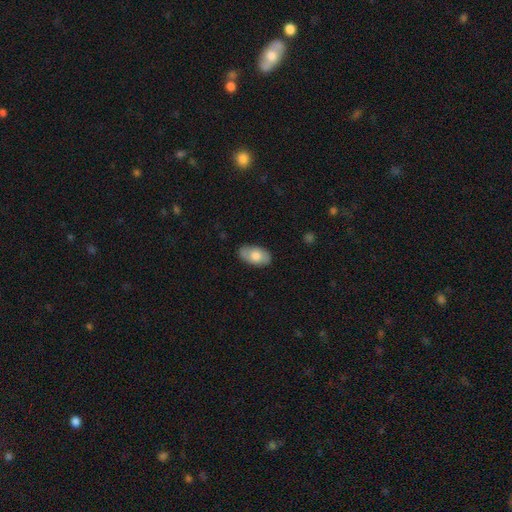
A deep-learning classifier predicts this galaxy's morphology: This appears to be a smooth galaxy with no disk features (72%) that is in between round and cigar-shaped (94%). Merging: none (82%).